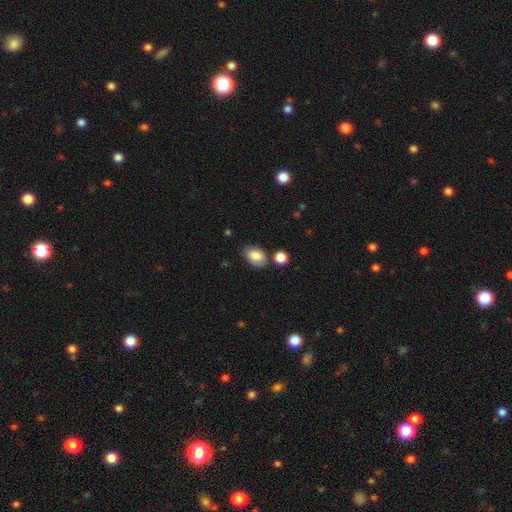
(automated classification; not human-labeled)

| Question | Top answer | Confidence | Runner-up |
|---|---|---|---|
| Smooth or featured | smooth | 84% | featured or disk (8%) |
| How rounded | in between | 88% | round (11%) |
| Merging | none | 75% | minor disturbance (14%) |